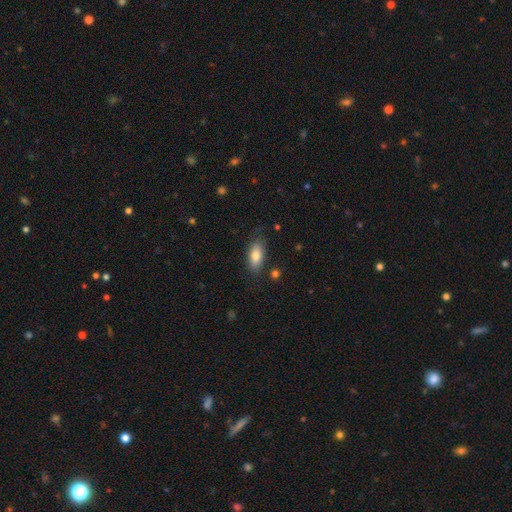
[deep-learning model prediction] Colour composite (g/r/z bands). It shows a smooth galaxy with no disk features (79%) that is in between round and cigar-shaped (85%). Merging: none (77%).